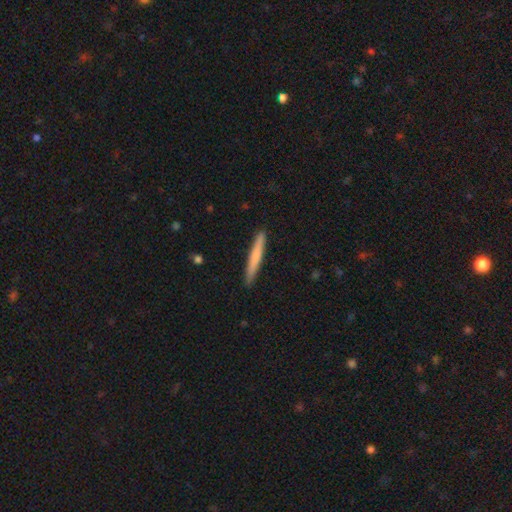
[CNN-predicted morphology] A smooth galaxy with no disk features (69%) that is cigar-shaped (96%). Merging: none (91%).